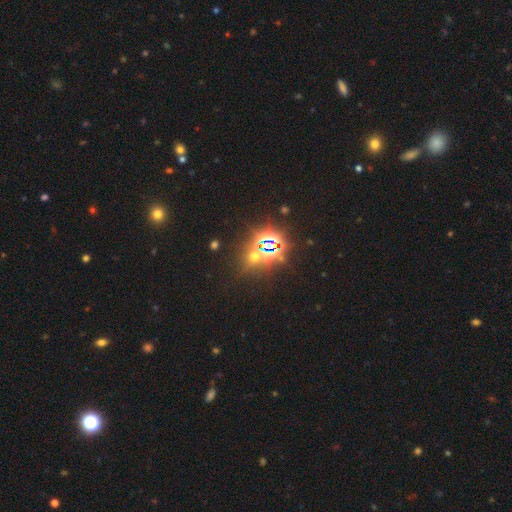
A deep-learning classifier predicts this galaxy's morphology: This appears to be a star or artifact, not a galaxy (66%).